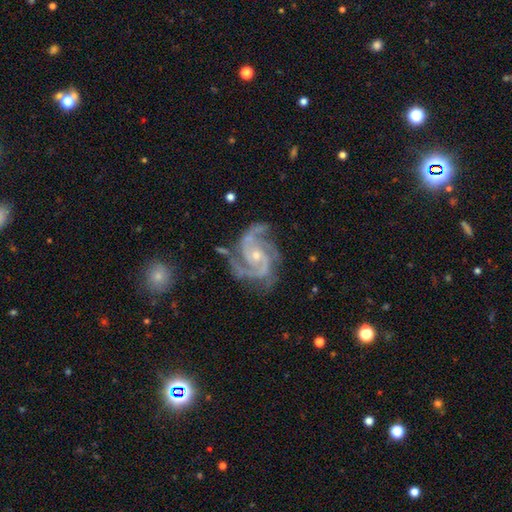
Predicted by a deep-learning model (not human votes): Smooth or featured: featured or disk — 94% (star or artifact — 4%)
Edge-on disk: no — 98% (yes — 2%)
Bar: no — 62% (weak — 28%)
Spiral arms: yes — 99% (no — 1%)
Spiral winding: medium — 54% (tight — 39%)
Spiral arm count: 3 — 41% (2 — 40%)
Bulge size: small — 65% (moderate — 32%)
Merging: none — 65% (minor disturbance — 22%)